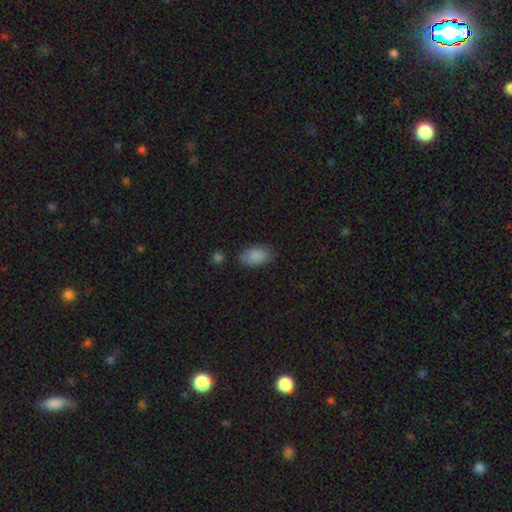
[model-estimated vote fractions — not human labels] Morphology: type=smooth (88%); roundness=in between (93%); merging=none (78%).